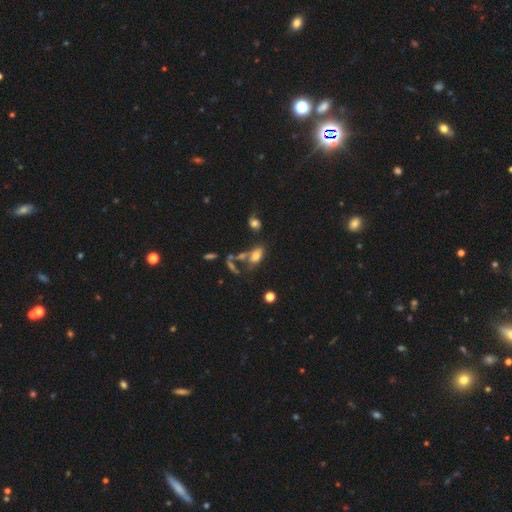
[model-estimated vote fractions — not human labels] smooth_or_featured: smooth (p=0.69) [alt: featured or disk p=0.19]
how_rounded: in between (p=0.88) [alt: round p=0.07]
merging: none (p=0.41) [alt: merger p=0.26]